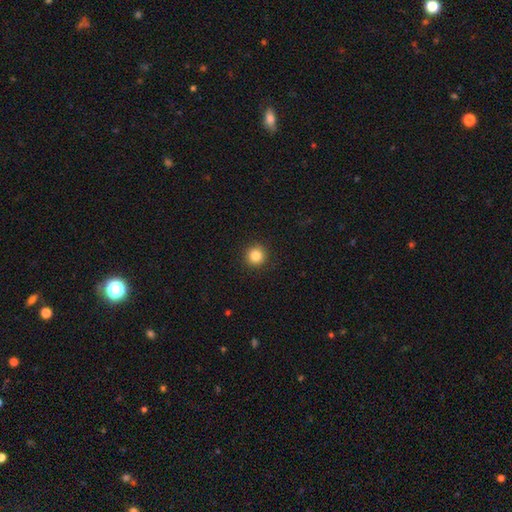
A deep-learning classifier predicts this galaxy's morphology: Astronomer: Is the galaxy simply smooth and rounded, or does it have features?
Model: smooth — 84%.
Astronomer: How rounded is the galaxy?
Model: round — 95%.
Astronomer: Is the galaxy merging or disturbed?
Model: none — 92%.